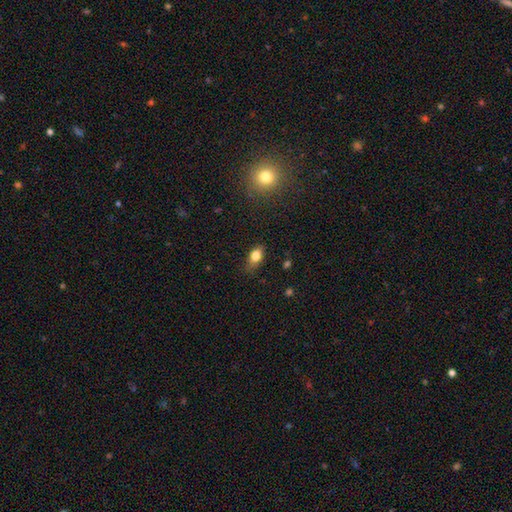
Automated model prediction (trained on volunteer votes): A smooth galaxy with no disk features (79%) that is in between round and cigar-shaped (80%).

Vote fractions:
- Smooth or featured? smooth: 79% / featured or disk: 11% / star or artifact: 10%
- How rounded? in between: 80% / round: 14% / cigar-shaped: 6%
- Merging? none: 70% / minor disturbance: 23% / major disturbance: 5% / merger: 2%